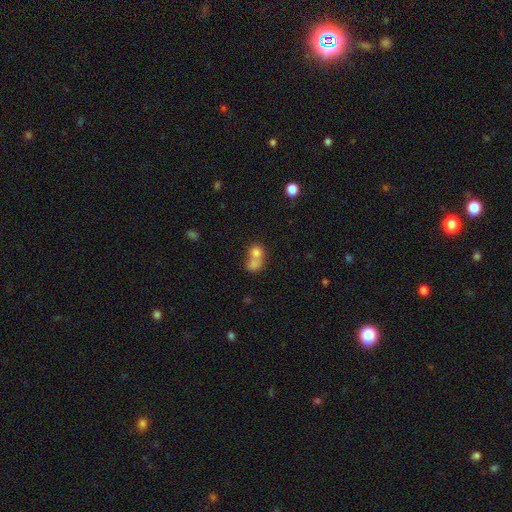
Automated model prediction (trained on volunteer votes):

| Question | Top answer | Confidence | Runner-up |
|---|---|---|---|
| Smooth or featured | smooth | 74% | featured or disk (15%) |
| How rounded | round | 62% | in between (36%) |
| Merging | merger | 70% | none (21%) |